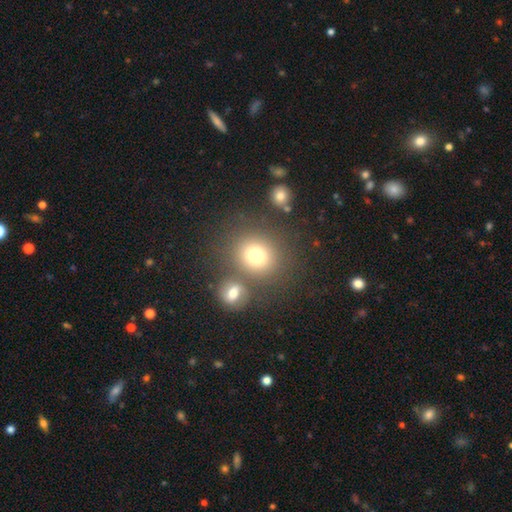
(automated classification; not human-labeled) Smooth or featured? Predicted: smooth (p=0.77). How rounded? Predicted: round (p=0.78). Merging? Predicted: none (p=0.66).